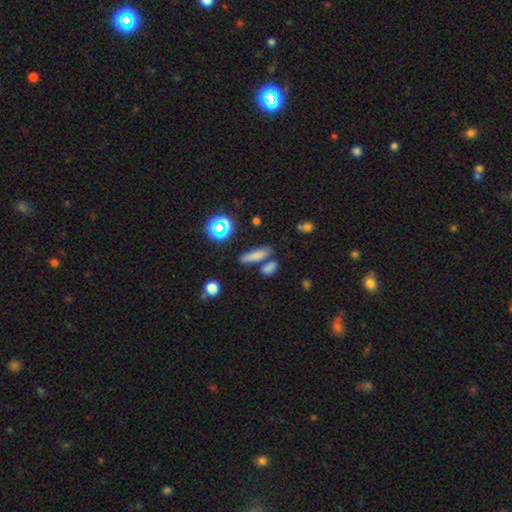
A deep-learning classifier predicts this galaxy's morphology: This appears to be a smooth galaxy with no disk features (74%) that is cigar-shaped (67%). Merging: none (69%).